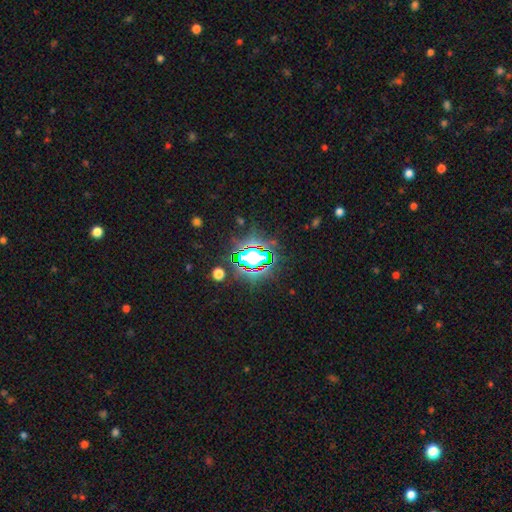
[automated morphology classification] Smooth or featured?
  - star or artifact: 70% *
  - smooth: 18%
  - featured or disk: 11%